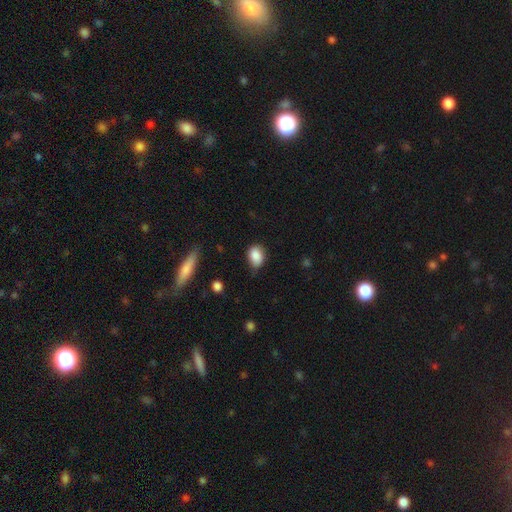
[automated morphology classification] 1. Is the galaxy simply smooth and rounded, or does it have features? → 86% smooth, 8% star or artifact, 6% featured or disk.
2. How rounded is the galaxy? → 70% in between, 28% round, 2% cigar-shaped.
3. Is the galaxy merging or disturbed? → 64% none, 29% minor disturbance, 6% major disturbance, 2% merger.